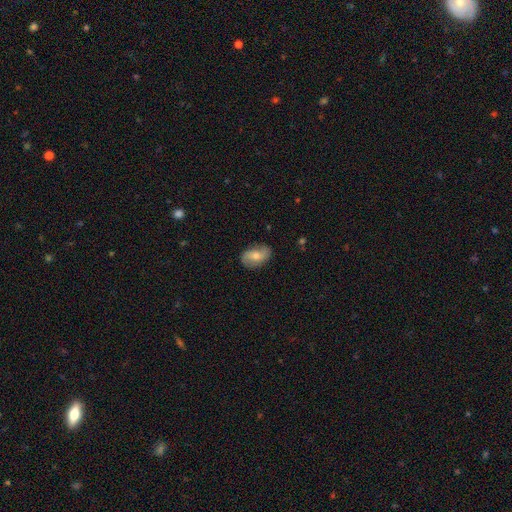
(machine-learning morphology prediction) Smooth or featured? featured or disk (50%)
Merging? none (79%)